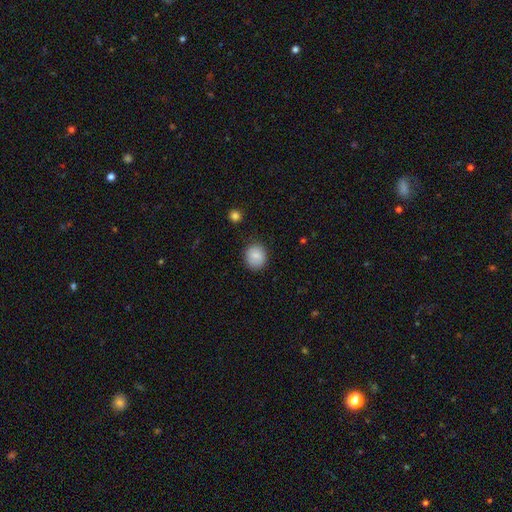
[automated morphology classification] Smooth or featured? smooth (84%)
How rounded? round (79%)
Merging? none (85%)